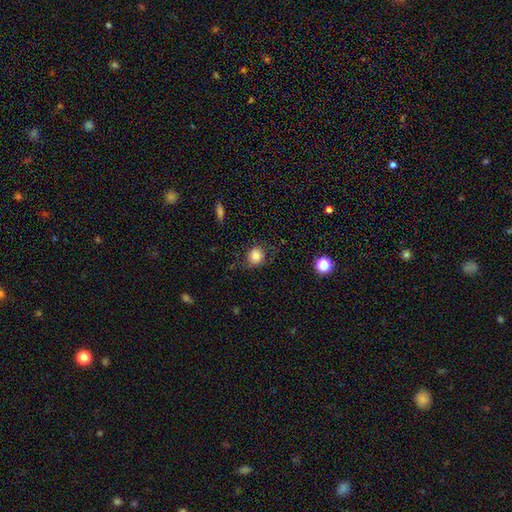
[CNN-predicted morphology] smooth-or-featured: smooth: 79% | featured or disk: 10% | star or artifact: 10%
  how-rounded: round: 81% | in between: 17% | cigar-shaped: 1%
  merging: none: 73% | minor disturbance: 18% | major disturbance: 8% | merger: 2%